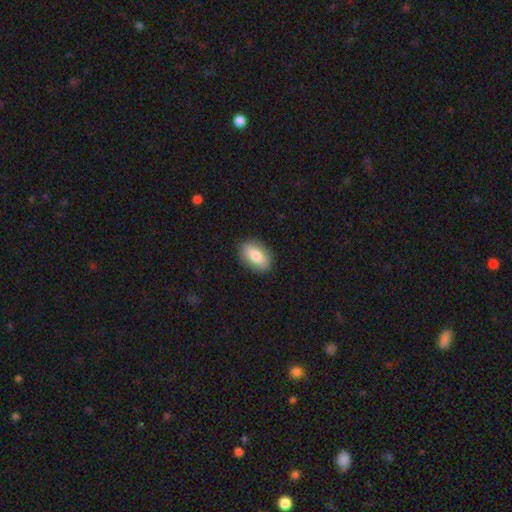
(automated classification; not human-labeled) smooth_or_featured: smooth (p=0.75) [alt: featured or disk p=0.18]
how_rounded: in between (p=0.86) [alt: round p=0.12]
merging: none (p=0.88) [alt: minor disturbance p=0.09]